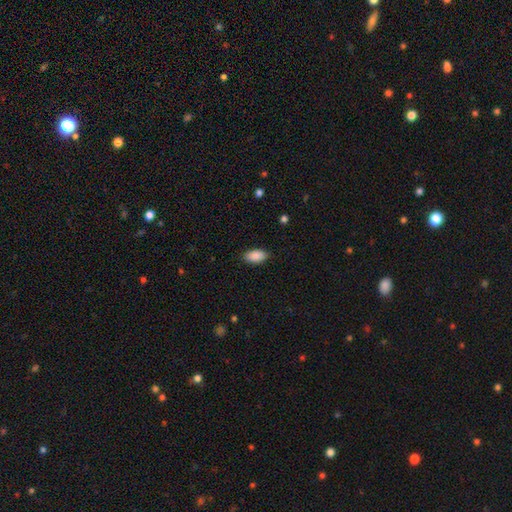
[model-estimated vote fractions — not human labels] Smooth or featured?
  - smooth: 90% *
  - star or artifact: 7%
  - featured or disk: 4%
How rounded?
  - in between: 93% *
  - cigar-shaped: 4%
  - round: 3%
Merging?
  - none: 87% *
  - minor disturbance: 10%
  - major disturbance: 2%
  - merger: 1%